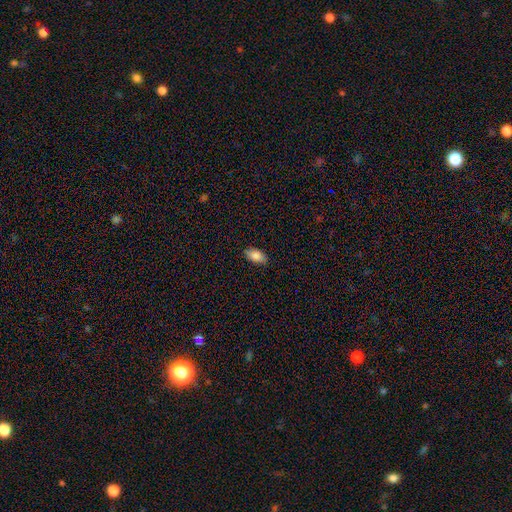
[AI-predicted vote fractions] Smooth or featured? smooth (84%)
How rounded? in between (92%)
Merging? none (86%)